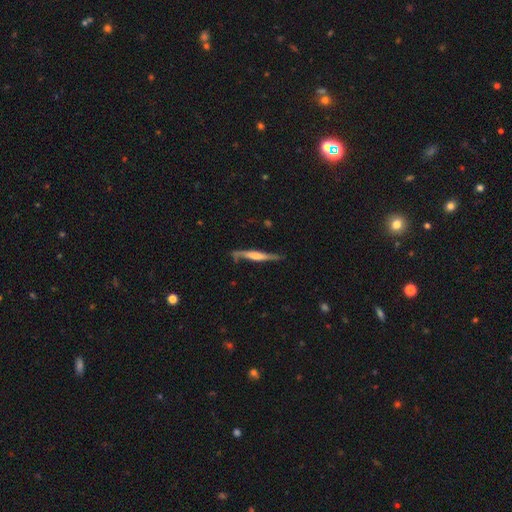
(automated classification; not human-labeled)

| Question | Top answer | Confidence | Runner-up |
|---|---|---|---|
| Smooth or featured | featured or disk | 62% | smooth (32%) |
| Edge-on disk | yes | 85% | no (15%) |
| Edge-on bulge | boxy | 38% | rounded (35%) |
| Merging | none | 66% | minor disturbance (24%) |